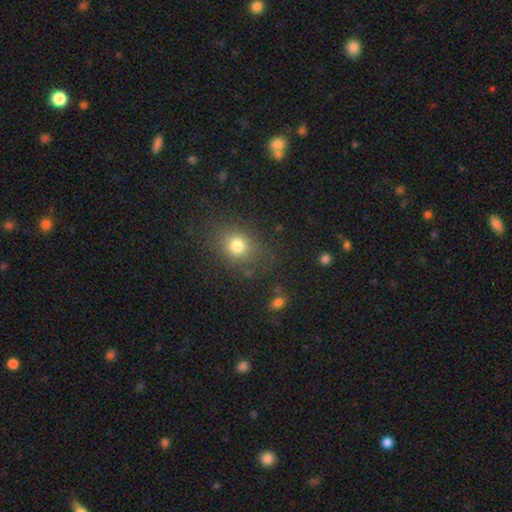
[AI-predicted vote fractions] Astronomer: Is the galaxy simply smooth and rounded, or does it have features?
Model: smooth — 69%.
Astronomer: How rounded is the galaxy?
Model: round — 64%.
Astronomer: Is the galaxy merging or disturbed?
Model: none — 86%.